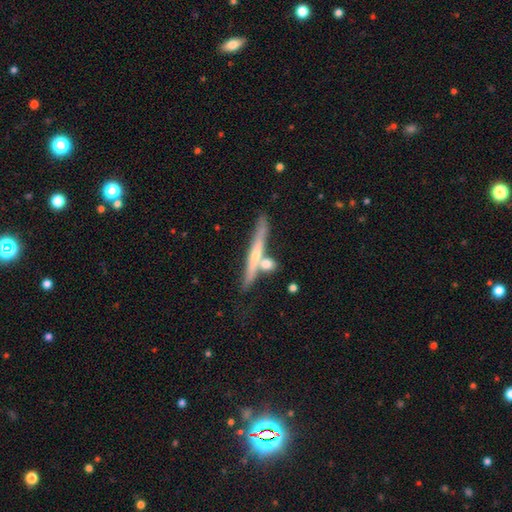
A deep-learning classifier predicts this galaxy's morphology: featured or disk 60%, smooth 34%, star or artifact 7%. Down the decision tree: edge-on disk — yes (94%); edge-on bulge — rounded (58%); merging — none (65%).